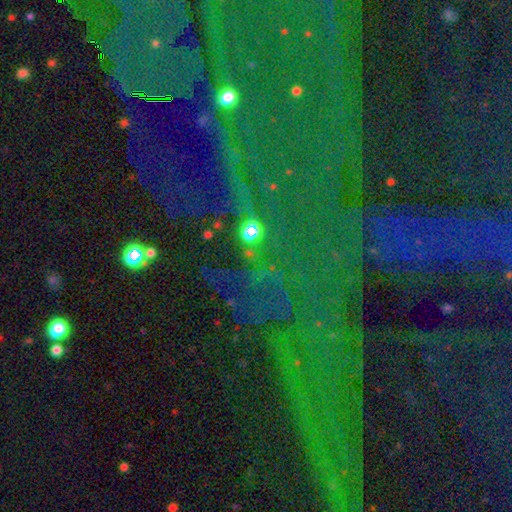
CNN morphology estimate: Smooth or featured: star or artifact — 84% (featured or disk — 8%)